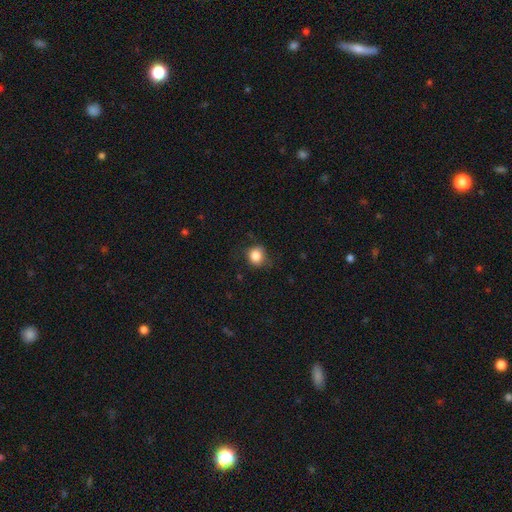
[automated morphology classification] A smooth galaxy with no disk features (84%) that is round (82%).

Vote fractions:
- Smooth or featured? smooth: 84% / star or artifact: 10% / featured or disk: 6%
- How rounded? round: 82% / in between: 17% / cigar-shaped: 1%
- Merging? none: 73% / minor disturbance: 20% / major disturbance: 6% / merger: 1%